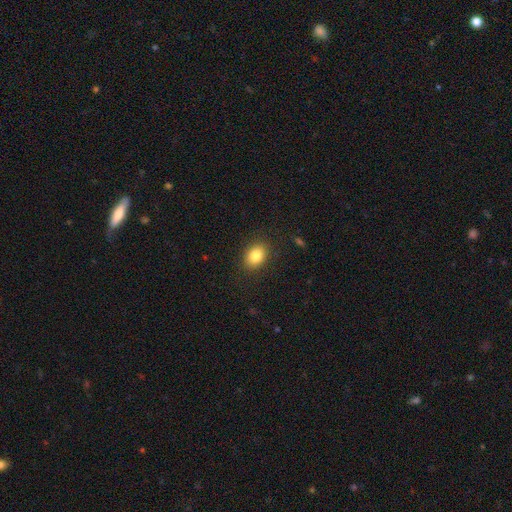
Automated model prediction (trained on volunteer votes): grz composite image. It shows a smooth galaxy with no disk features (83%) that is in between round and cigar-shaped (66%). Merging: none (87%).